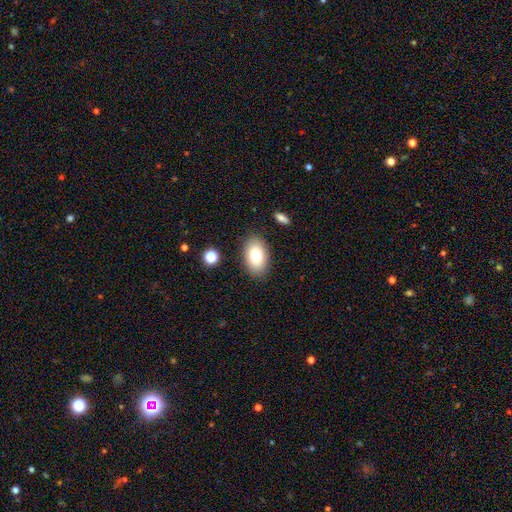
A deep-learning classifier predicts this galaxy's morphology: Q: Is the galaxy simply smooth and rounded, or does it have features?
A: smooth — 80%.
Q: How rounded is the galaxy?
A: in between — 92%.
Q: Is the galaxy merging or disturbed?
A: none — 86%.